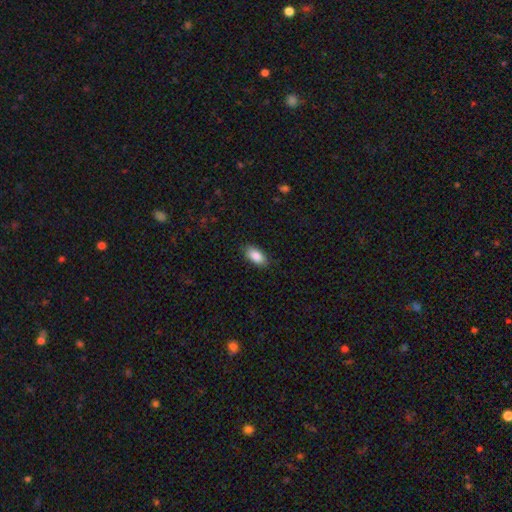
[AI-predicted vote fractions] Morphology: type=smooth (86%); roundness=in between (92%); merging=none (86%).